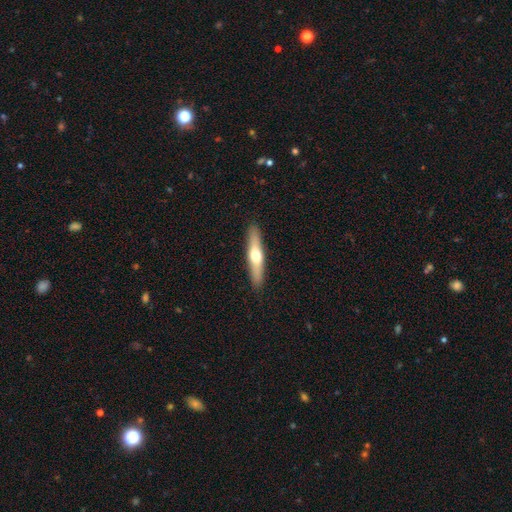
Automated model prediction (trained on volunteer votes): Smooth or featured: smooth — 48% (featured or disk — 46%)
Merging: none — 91% (minor disturbance — 7%)